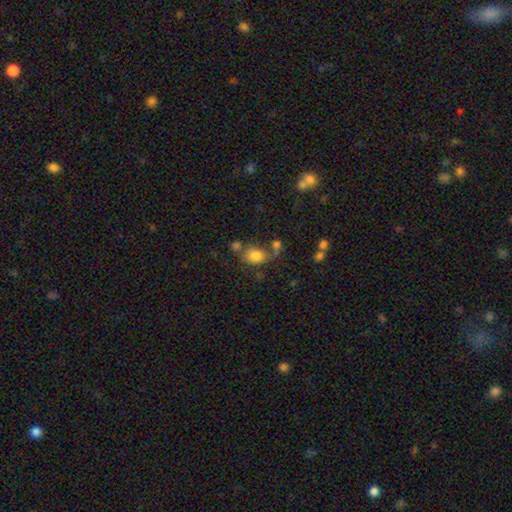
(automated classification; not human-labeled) smooth 79%, star or artifact 11%, featured or disk 10%. Down the decision tree: how rounded — in between (50%); merging — none (49%).